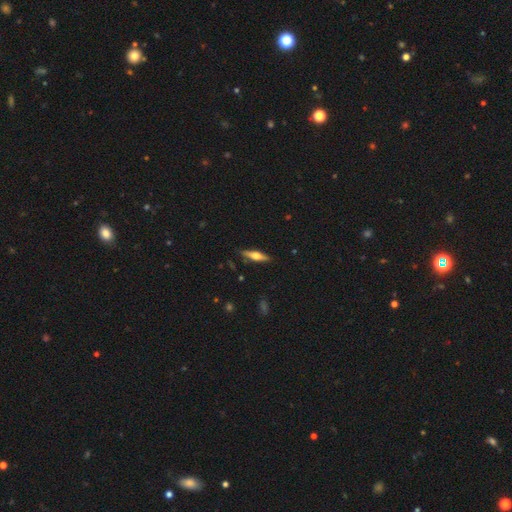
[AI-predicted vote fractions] Morphology: type=featured or disk (56%); edge-on=yes (95%); edge-on bulge=rounded (89%); merging=none (86%).